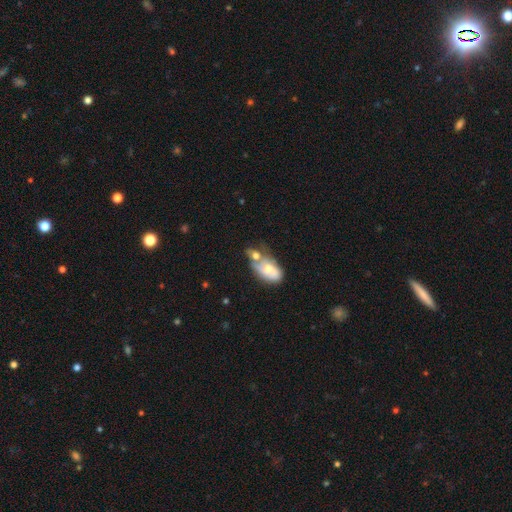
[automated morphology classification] Smooth or featured?
  - smooth: 52% *
  - featured or disk: 40%
  - star or artifact: 8%
How rounded?
  - in between: 84% *
  - round: 12%
  - cigar-shaped: 4%
Merging?
  - merger: 56% *
  - none: 21%
  - minor disturbance: 14%
  - major disturbance: 9%